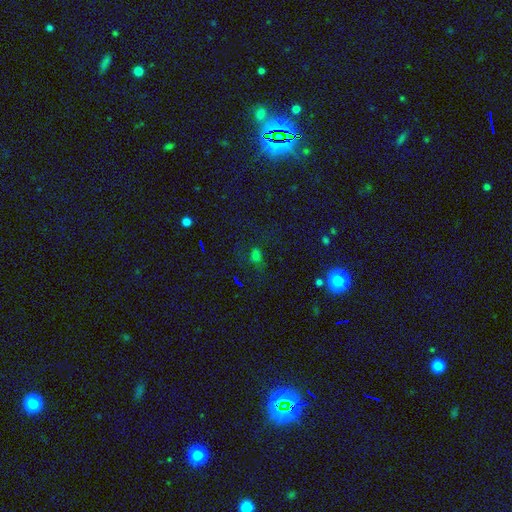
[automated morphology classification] Smooth or featured? Predicted: smooth (p=0.52). How rounded? Predicted: in between (p=0.60). Merging? Predicted: none (p=0.56).